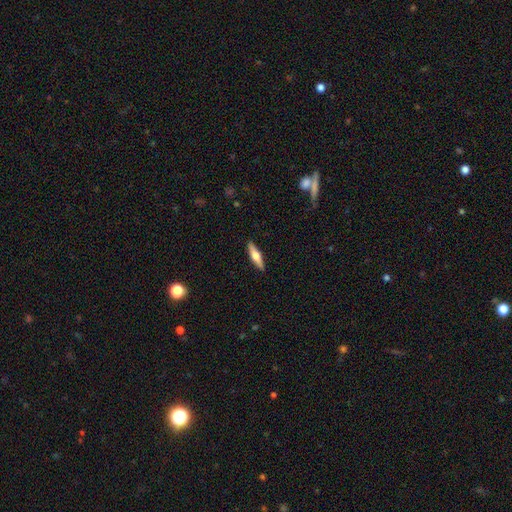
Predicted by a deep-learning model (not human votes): Smooth or featured: featured or disk — 52% (smooth — 42%)
Edge-on disk: yes — 95% (no — 5%)
Merging: none — 91% (minor disturbance — 7%)